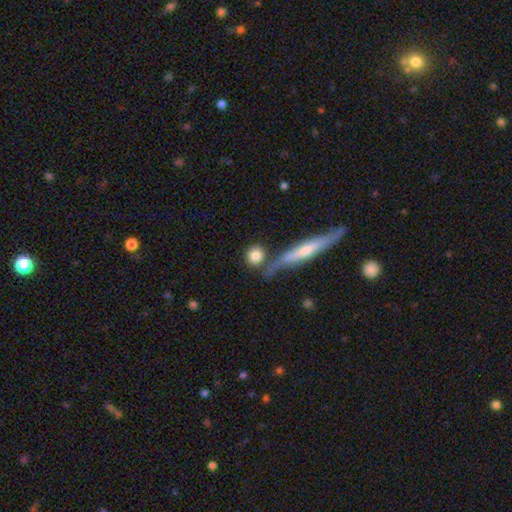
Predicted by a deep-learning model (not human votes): smooth-or-featured: smooth: 82% | featured or disk: 11% | star or artifact: 7%
  how-rounded: round: 85% | in between: 10% | cigar-shaped: 6%
  merging: none: 70% | merger: 16% | minor disturbance: 10% | major disturbance: 4%